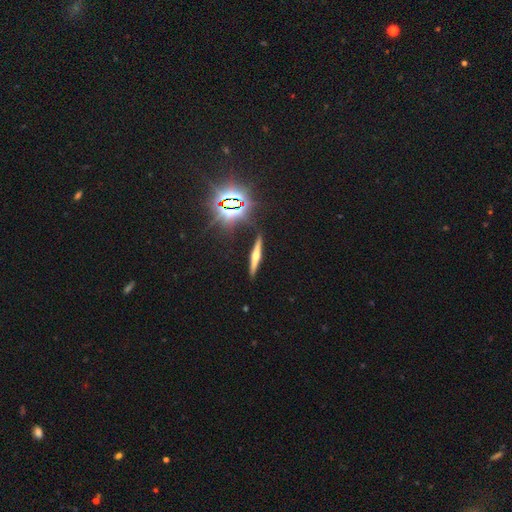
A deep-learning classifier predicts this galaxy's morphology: The model was most divided on "smooth or featured": featured or disk: 56%, smooth: 27%, star or artifact: 17%. More confident: edge-on disk — yes (96%); merging — none (88%); edge-on bulge — rounded (87%).